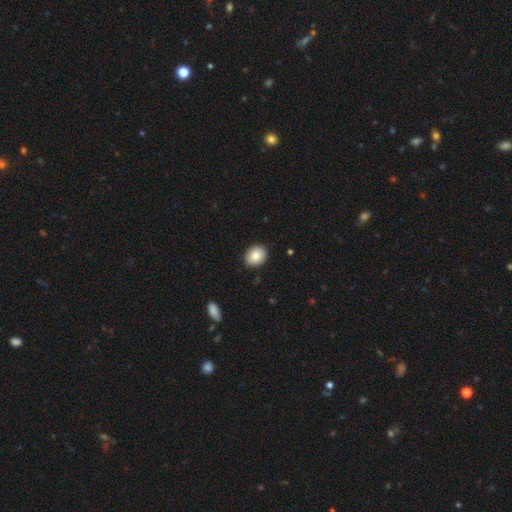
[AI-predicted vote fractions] smooth-or-featured: smooth: 85% | star or artifact: 8% | featured or disk: 7%
  how-rounded: round: 52% | in between: 47% | cigar-shaped: 1%
  merging: none: 87% | minor disturbance: 10% | major disturbance: 2% | merger: 1%